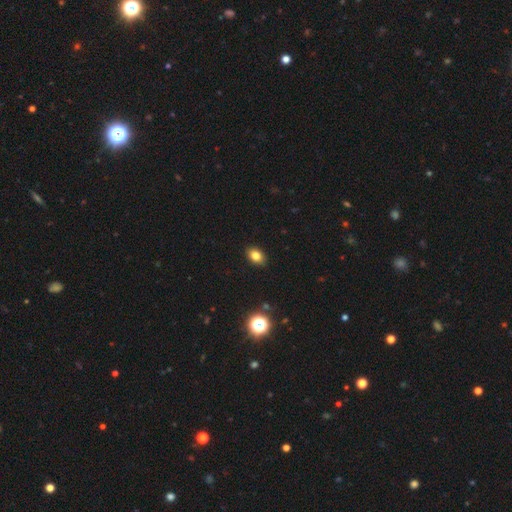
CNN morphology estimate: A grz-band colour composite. It shows a smooth galaxy with no disk features (81%) that is in between round and cigar-shaped (74%). Merging: none (89%).